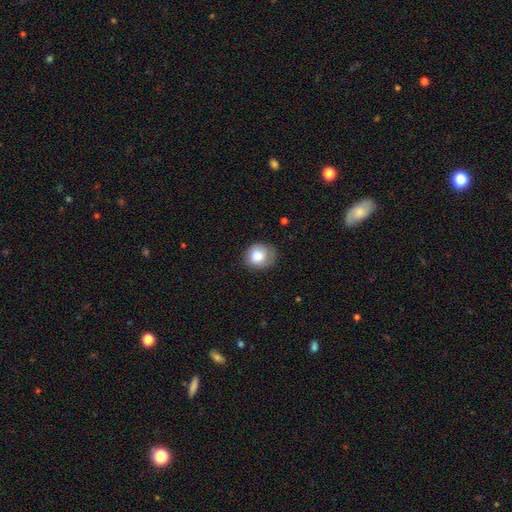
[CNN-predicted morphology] This is clearly a smooth galaxy (82%). How rounded: likely round (74%). Merging: likely none (70%).